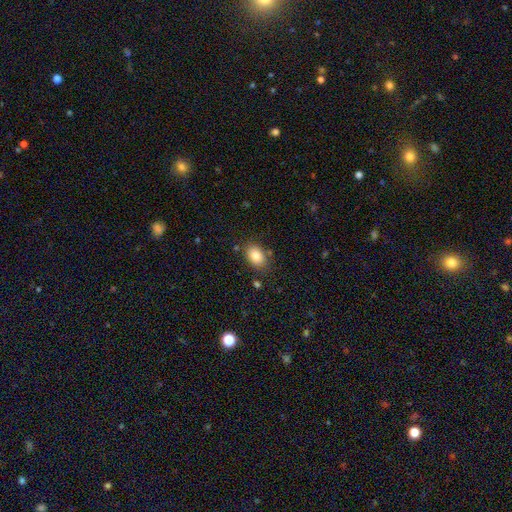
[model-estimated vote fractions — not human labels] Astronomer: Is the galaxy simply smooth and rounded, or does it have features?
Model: smooth — 85%.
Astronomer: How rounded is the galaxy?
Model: in between — 83%.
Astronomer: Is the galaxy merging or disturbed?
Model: none — 81%.